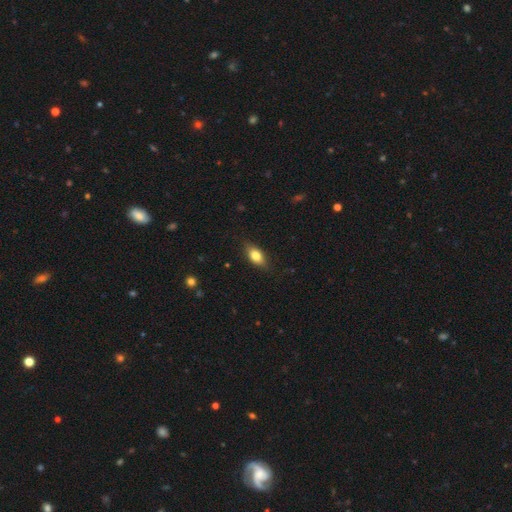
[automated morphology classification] A smooth galaxy with no disk features (77%) that is in between round and cigar-shaped (83%). Merging: none (81%).